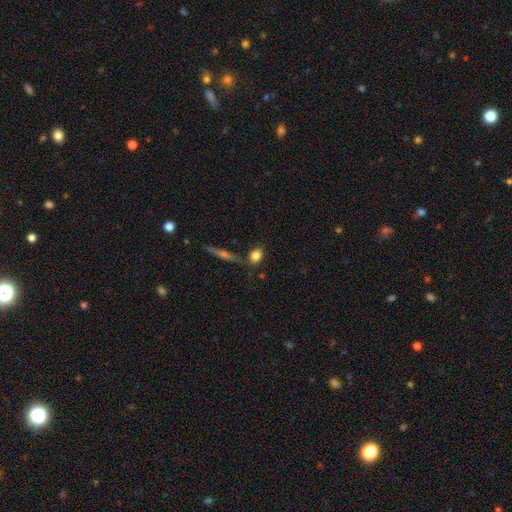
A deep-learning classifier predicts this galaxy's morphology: Smooth or featured? smooth (81%)
How rounded? in between (57%)
Merging? none (70%)